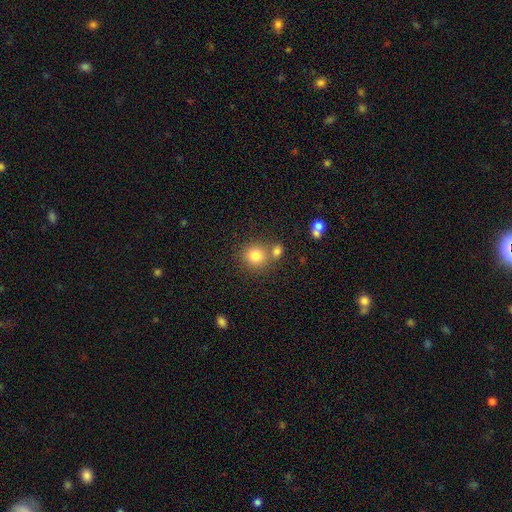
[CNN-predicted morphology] Overall: smooth (80%). How rounded: round (89%). Merging: none (62%; merger 26%).